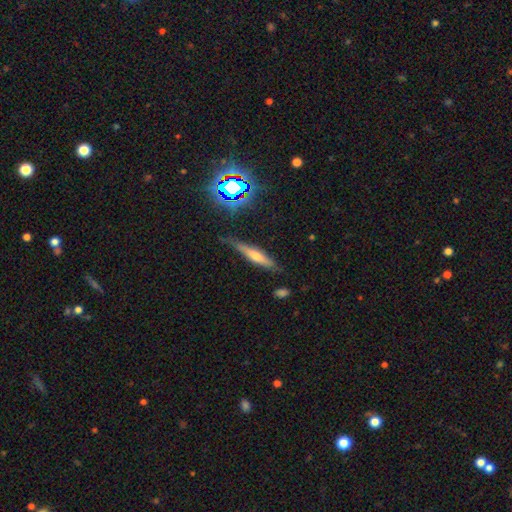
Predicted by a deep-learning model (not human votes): Smooth or featured? Predicted: featured or disk (p=0.45). Merging? Predicted: none (p=0.73).